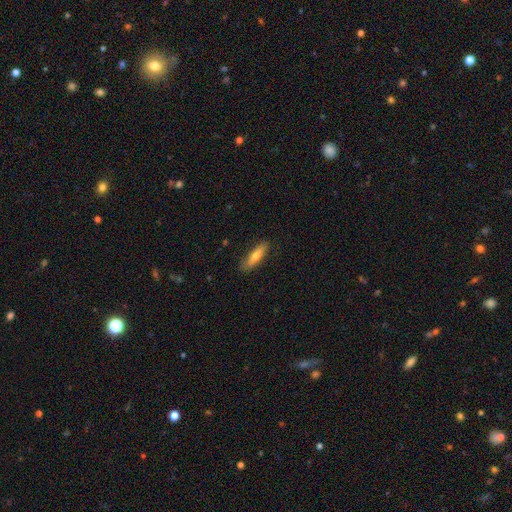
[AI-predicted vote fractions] The model was most divided on "smooth or featured": smooth: 61%, featured or disk: 33%, star or artifact: 6%. More confident: merging — none (85%); how rounded — cigar-shaped (69%).